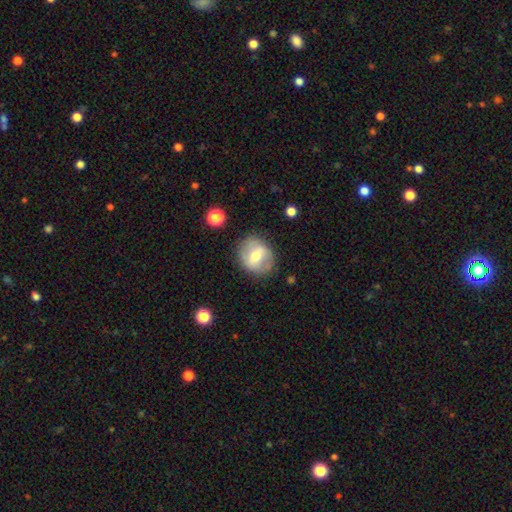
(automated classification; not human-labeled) featured or disk 48%, smooth 45%, star or artifact 7%. Down the decision tree: merging — none (80%).